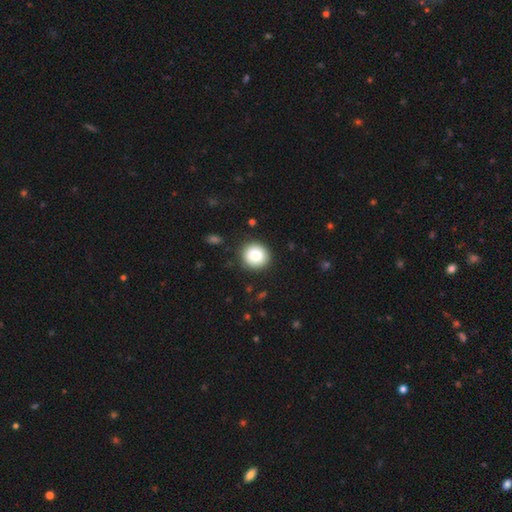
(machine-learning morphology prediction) smooth-or-featured: smooth: 81% | featured or disk: 11% | star or artifact: 9%
  how-rounded: round: 94% | in between: 5% | cigar-shaped: 1%
  merging: none: 90% | minor disturbance: 6% | major disturbance: 2% | merger: 1%